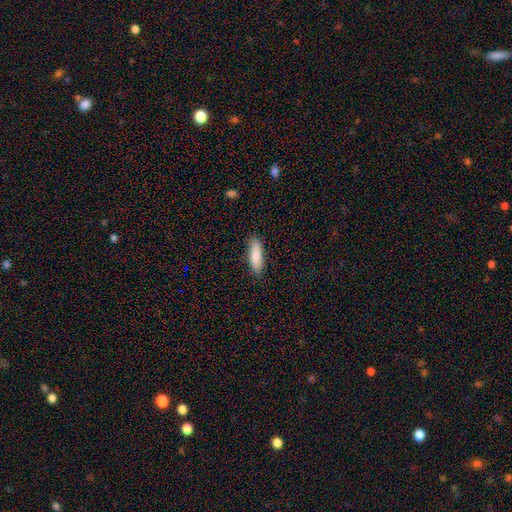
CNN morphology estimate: Overall: smooth (84%). How rounded: in between (51%; cigar-shaped 47%). Merging: none (84%).